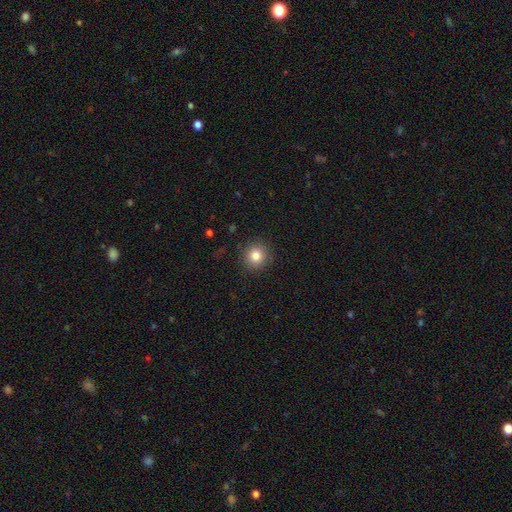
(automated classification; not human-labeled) This appears to be a smooth galaxy with no disk features (82%) that is round (92%). Merging: none (90%).